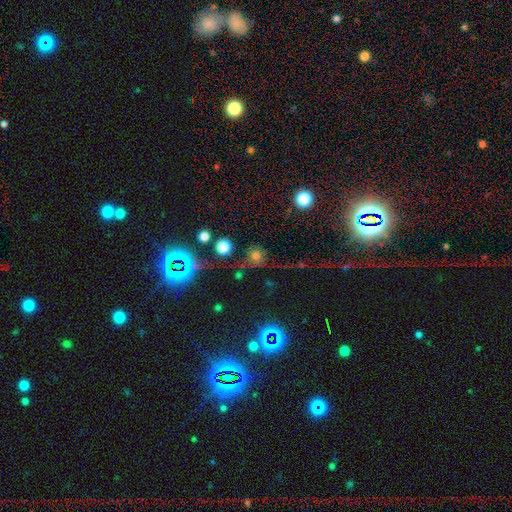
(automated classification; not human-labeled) smooth 65%, star or artifact 26%, featured or disk 9%. Down the decision tree: how rounded — round (88%); merging — none (74%).